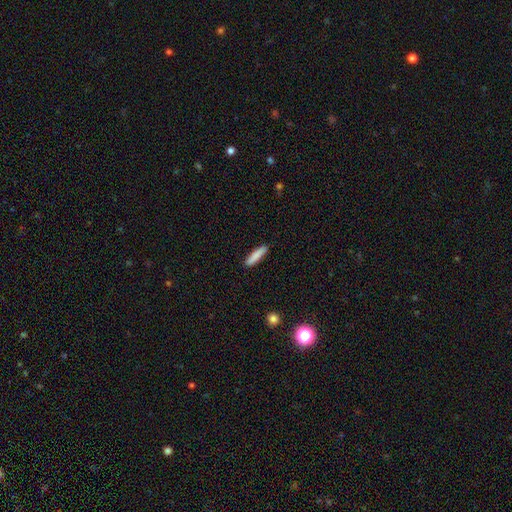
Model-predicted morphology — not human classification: Q: Smooth or featured?
A: smooth (86%); runner-up: featured or disk (8%)
Q: How rounded?
A: cigar-shaped (84%); runner-up: in between (15%)
Q: Merging?
A: none (90%); runner-up: minor disturbance (7%)